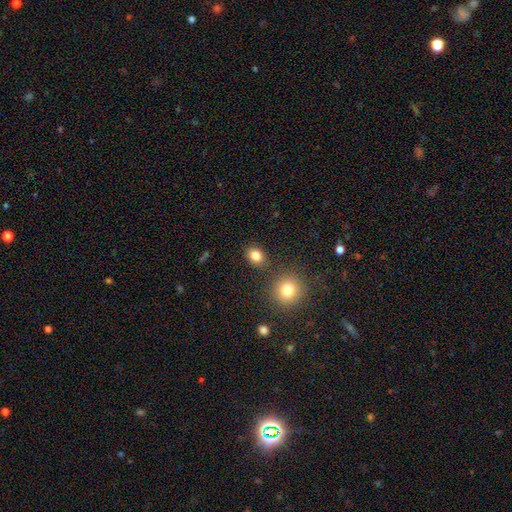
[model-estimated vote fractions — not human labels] Smooth or featured? Predicted: smooth (p=0.83). How rounded? Predicted: round (p=0.50). Merging? Predicted: none (p=0.82).